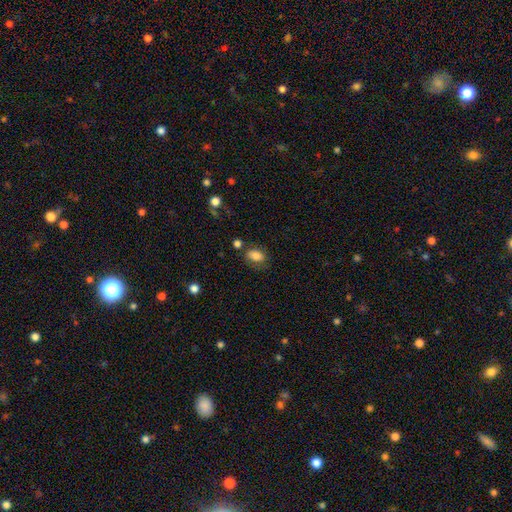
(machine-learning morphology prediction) Overall: smooth (80%). How rounded: in between (80%). Merging: none (63%).